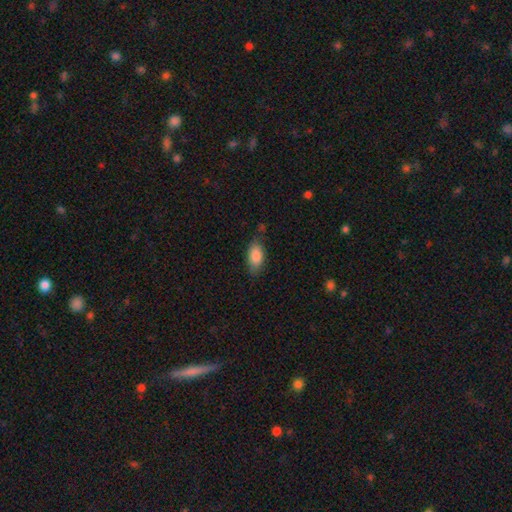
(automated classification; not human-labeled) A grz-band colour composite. It shows a smooth galaxy with no disk features (87%) that is in between round and cigar-shaped (90%). Merging: none (74%).